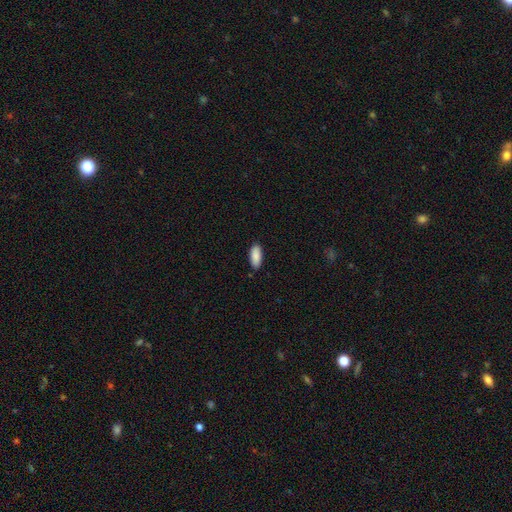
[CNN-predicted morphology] smooth-or-featured: smooth: 89% | star or artifact: 6% | featured or disk: 5%
  how-rounded: in between: 86% | cigar-shaped: 13% | round: 2%
  merging: none: 86% | minor disturbance: 11% | major disturbance: 2% | merger: 1%